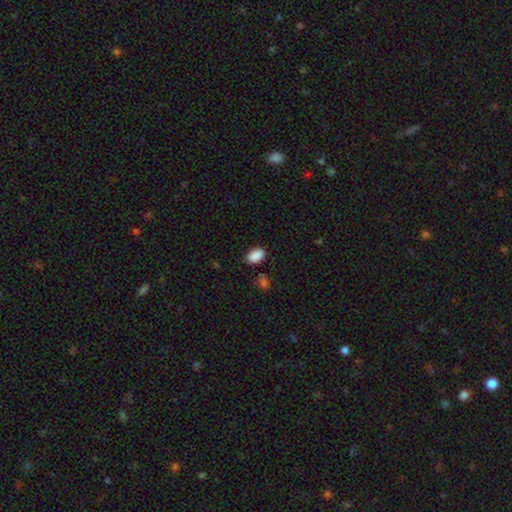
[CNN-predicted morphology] Smooth or featured?
  - smooth: 89% *
  - star or artifact: 8%
  - featured or disk: 3%
How rounded?
  - in between: 90% *
  - round: 9%
  - cigar-shaped: 1%
Merging?
  - none: 81% *
  - minor disturbance: 13%
  - major disturbance: 3%
  - merger: 3%